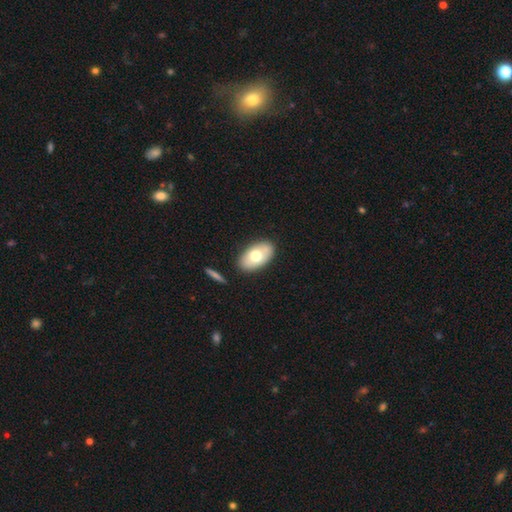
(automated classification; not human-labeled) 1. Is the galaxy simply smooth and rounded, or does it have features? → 67% smooth, 27% featured or disk, 6% star or artifact.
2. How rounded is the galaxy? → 92% in between, 6% round, 2% cigar-shaped.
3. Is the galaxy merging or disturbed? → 84% none, 10% minor disturbance, 3% merger, 3% major disturbance.